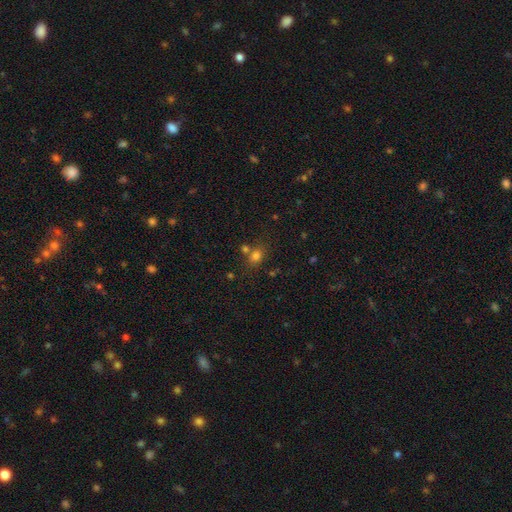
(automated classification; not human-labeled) Smooth or featured? Predicted: smooth (p=0.75). How rounded? Predicted: in between (p=0.53). Merging? Predicted: none (p=0.62).